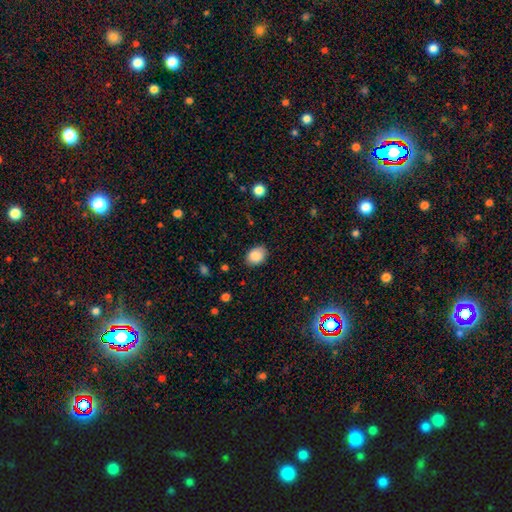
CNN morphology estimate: Smooth or featured? Predicted: smooth (p=0.87). How rounded? Predicted: in between (p=0.70). Merging? Predicted: none (p=0.85).